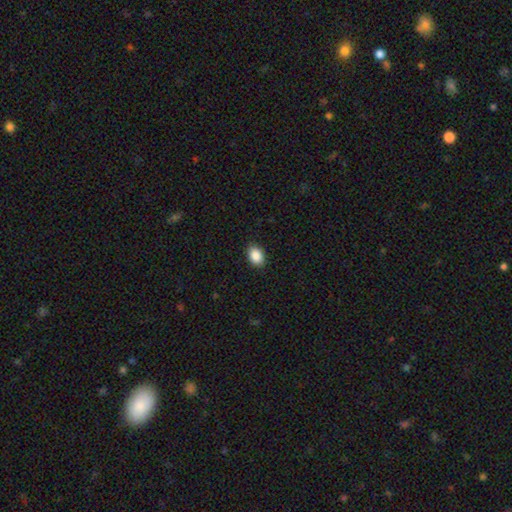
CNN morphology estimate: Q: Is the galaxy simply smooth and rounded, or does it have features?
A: smooth — 88%.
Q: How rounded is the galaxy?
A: in between — 78%.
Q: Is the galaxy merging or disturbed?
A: none — 89%.